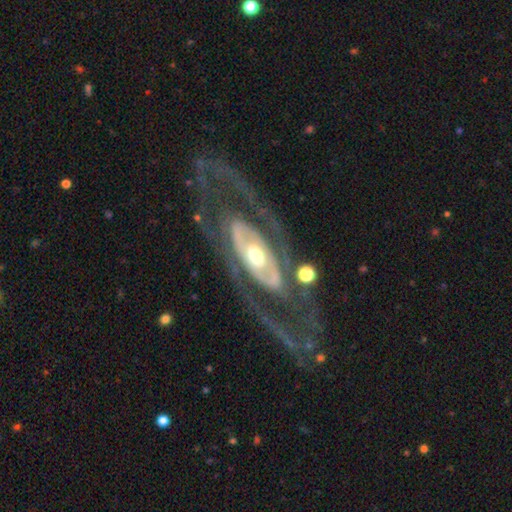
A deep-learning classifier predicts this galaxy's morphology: featured or disk 86%, smooth 10%, star or artifact 4%. Down the decision tree: edge-on disk — no (90%); bar — no (56%); spiral arms — yes (74%); spiral arm count — 2 (66%); spiral winding — medium (38%); bulge size — moderate (68%); merging — none (65%).